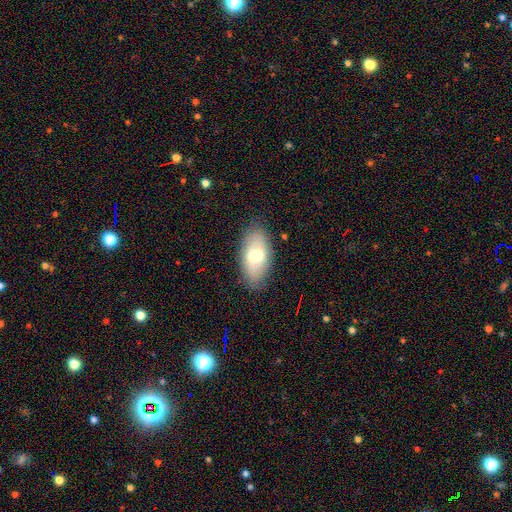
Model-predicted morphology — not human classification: Smooth or featured? smooth (57%)
How rounded? in between (91%)
Merging? none (83%)